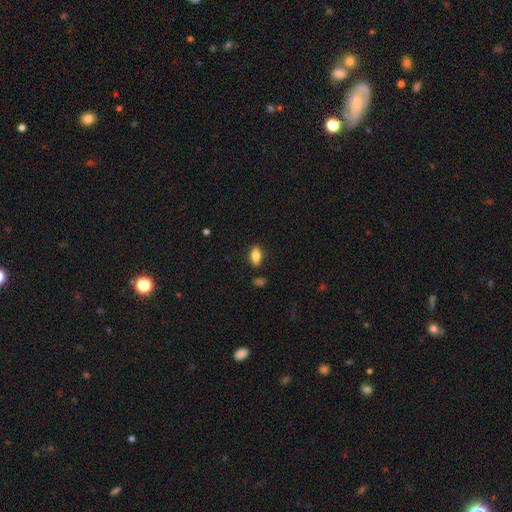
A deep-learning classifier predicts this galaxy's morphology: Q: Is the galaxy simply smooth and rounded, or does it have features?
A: smooth — 77%.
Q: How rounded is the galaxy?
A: in between — 84%.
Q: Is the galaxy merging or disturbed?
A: none — 86%.